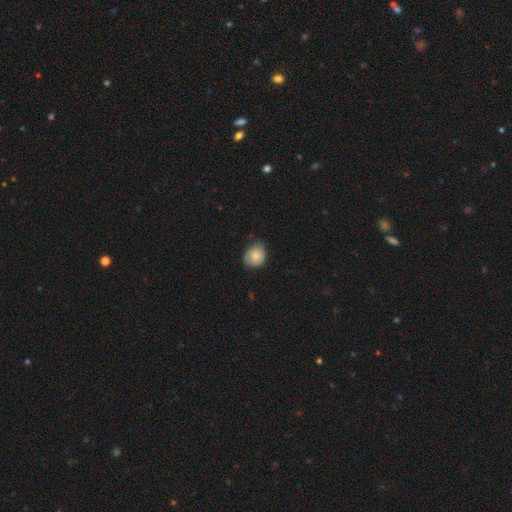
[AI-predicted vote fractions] This appears to be a smooth galaxy with no disk features (74%) that is round (71%). Merging: none (65%).